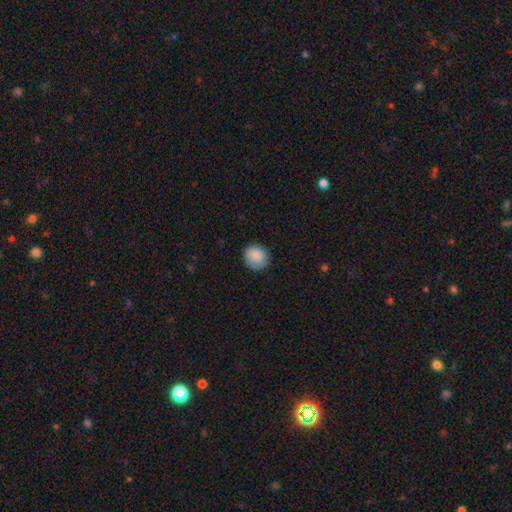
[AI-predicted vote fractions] Morphology: type=smooth (88%); roundness=round (84%); merging=none (84%).